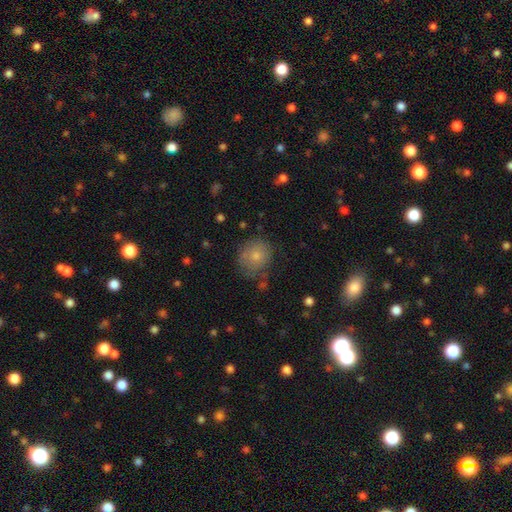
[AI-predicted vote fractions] Overall: smooth (77%). How rounded: round (80%). Merging: none (66%).